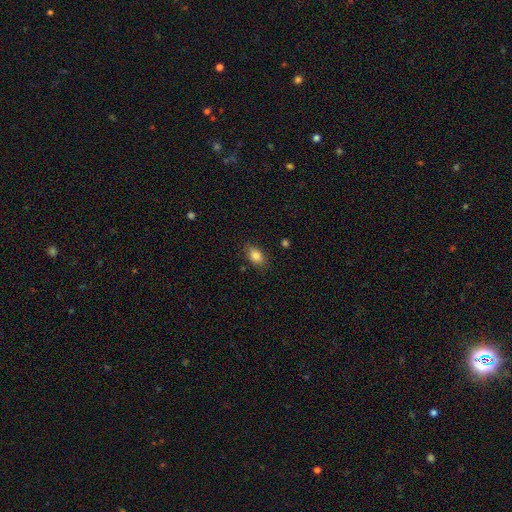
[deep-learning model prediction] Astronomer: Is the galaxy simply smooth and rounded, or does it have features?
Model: smooth — 84%.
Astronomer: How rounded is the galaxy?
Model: in between — 87%.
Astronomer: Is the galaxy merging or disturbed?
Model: none — 84%.